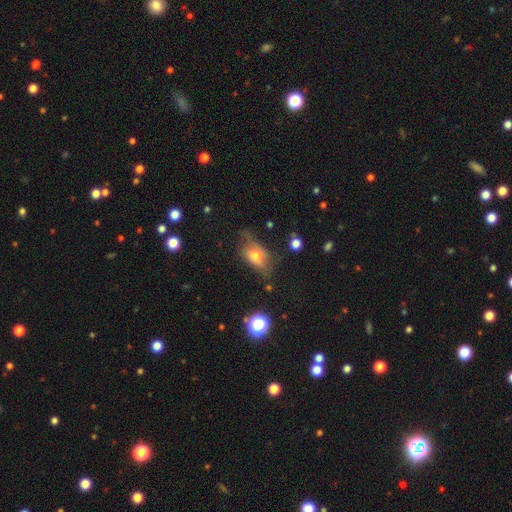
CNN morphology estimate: Q: Smooth or featured?
A: smooth (61%); runner-up: featured or disk (27%)
Q: How rounded?
A: in between (83%); runner-up: round (12%)
Q: Merging?
A: none (45%); runner-up: minor disturbance (32%)